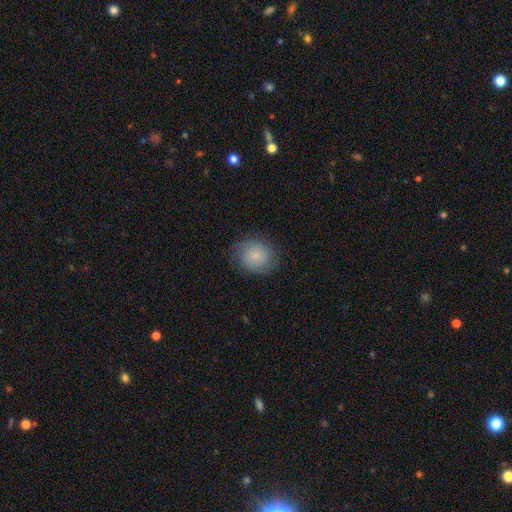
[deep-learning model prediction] Morphology: type=smooth (79%); roundness=round (70%); merging=none (78%).